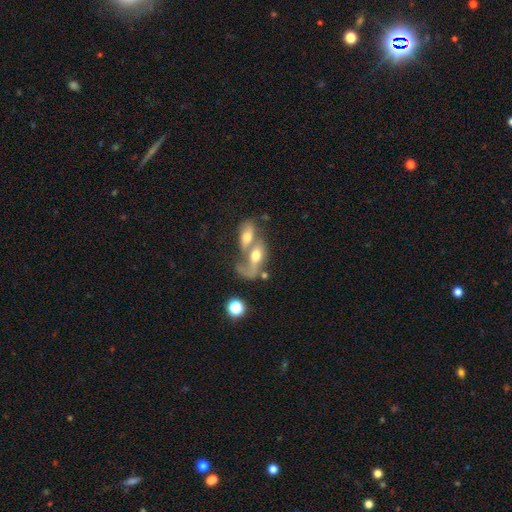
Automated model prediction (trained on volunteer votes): Smooth or featured: smooth — 49% (featured or disk — 42%)
Merging: merger — 73% (major disturbance — 11%)